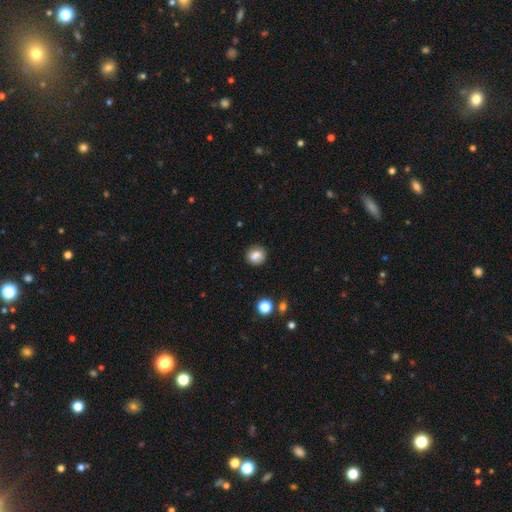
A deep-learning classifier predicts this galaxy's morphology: This appears to be a smooth galaxy with no disk features (83%) that is round (74%). Merging: none (83%).